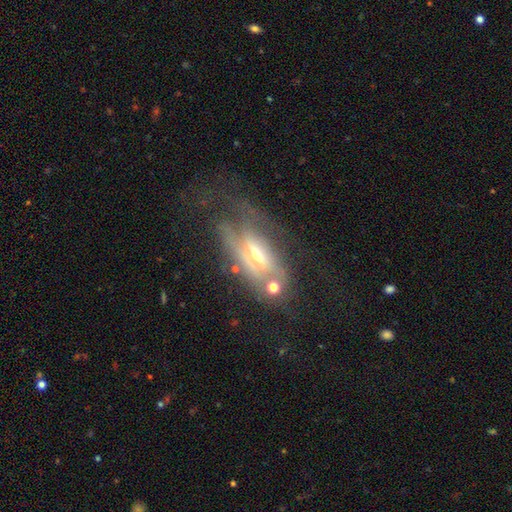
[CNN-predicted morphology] The model was most divided on "merging": none: 37%, major disturbance: 31%, minor disturbance: 23%, merger: 9%. More confident: edge-on disk — no (68%); smooth or featured — featured or disk (66%).